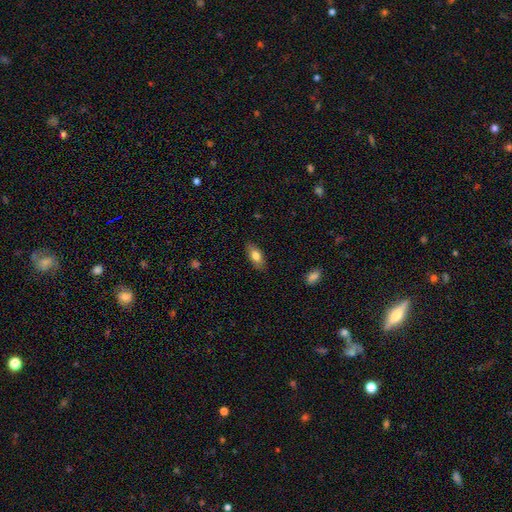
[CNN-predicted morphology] A smooth galaxy with no disk features (78%) that is in between round and cigar-shaped (86%).

Vote fractions:
- Smooth or featured? smooth: 78% / featured or disk: 15% / star or artifact: 7%
- How rounded? in between: 86% / cigar-shaped: 10% / round: 4%
- Merging? none: 86% / minor disturbance: 11% / major disturbance: 2% / merger: 1%